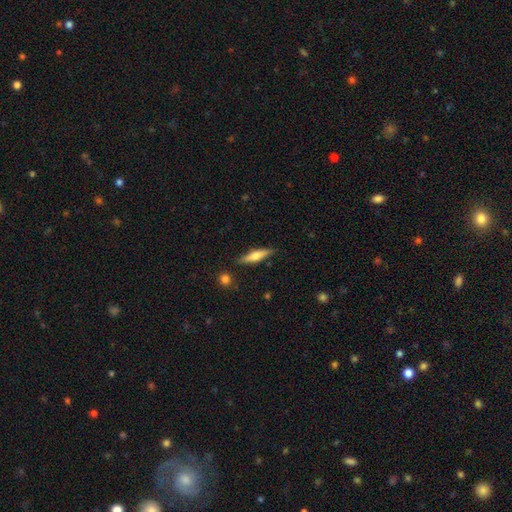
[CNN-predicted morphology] Smooth or featured: smooth — 54% (featured or disk — 40%)
How rounded: cigar-shaped — 76% (in between — 22%)
Merging: none — 85% (minor disturbance — 11%)